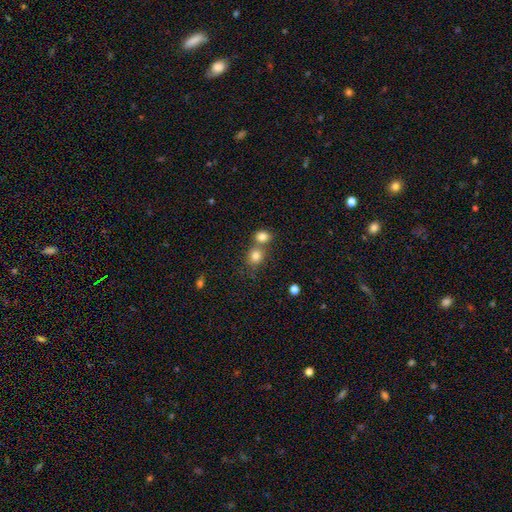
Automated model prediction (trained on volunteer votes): smooth-or-featured: smooth: 81% | star or artifact: 11% | featured or disk: 7%
  how-rounded: round: 75% | in between: 24% | cigar-shaped: 1%
  merging: none: 46% | merger: 43% | minor disturbance: 8% | major disturbance: 3%